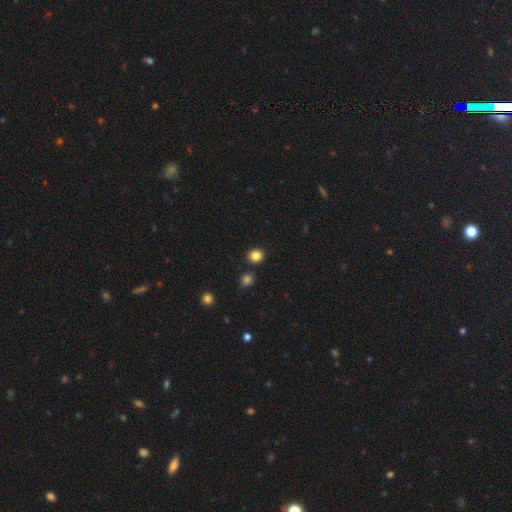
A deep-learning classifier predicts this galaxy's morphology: smooth_or_featured: smooth (p=0.85) [alt: star or artifact p=0.11]
how_rounded: round (p=0.80) [alt: in between p=0.19]
merging: none (p=0.87) [alt: minor disturbance p=0.07]